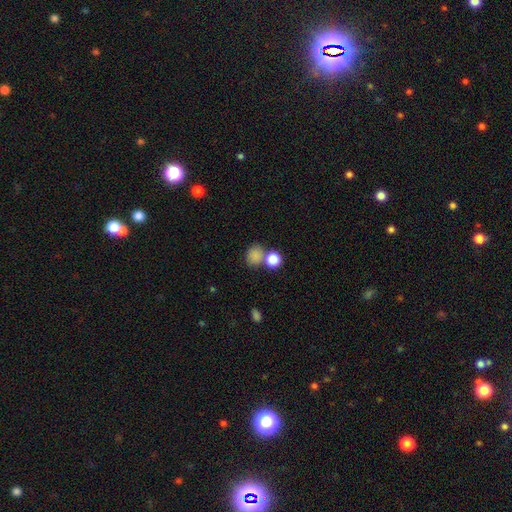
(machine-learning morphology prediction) Overall: smooth (81%). How rounded: round (69%; in between 30%). Merging: none (56%; merger 27%).